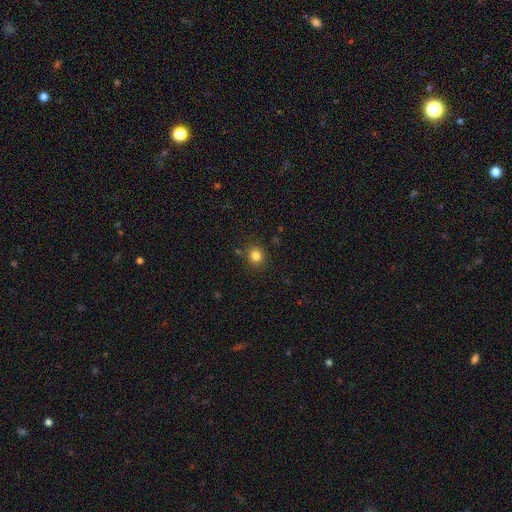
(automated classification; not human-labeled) The model was most divided on "smooth or featured": smooth: 83%, star or artifact: 12%, featured or disk: 5%. More confident: how rounded — round (87%); merging — none (85%).